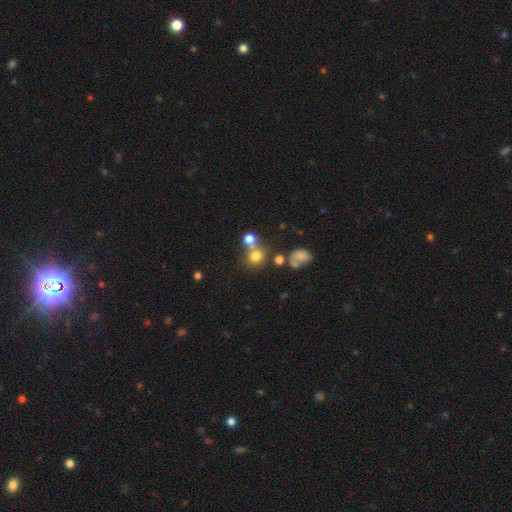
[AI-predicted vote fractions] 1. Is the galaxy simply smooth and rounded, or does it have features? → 72% smooth, 16% star or artifact, 12% featured or disk.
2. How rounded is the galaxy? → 80% round, 19% in between, 1% cigar-shaped.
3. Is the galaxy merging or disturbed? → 49% none, 36% merger, 10% minor disturbance, 6% major disturbance.